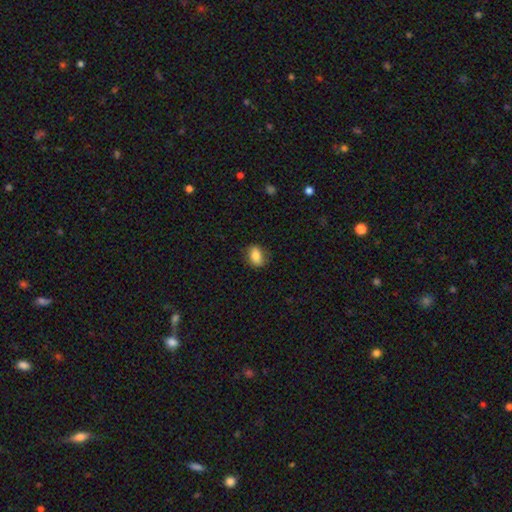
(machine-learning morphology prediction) A smooth galaxy with no disk features (83%) that is in between round and cigar-shaped (75%).

Vote fractions:
- Smooth or featured? smooth: 83% / featured or disk: 9% / star or artifact: 8%
- How rounded? in between: 75% / round: 23% / cigar-shaped: 2%
- Merging? none: 79% / minor disturbance: 16% / major disturbance: 4% / merger: 1%